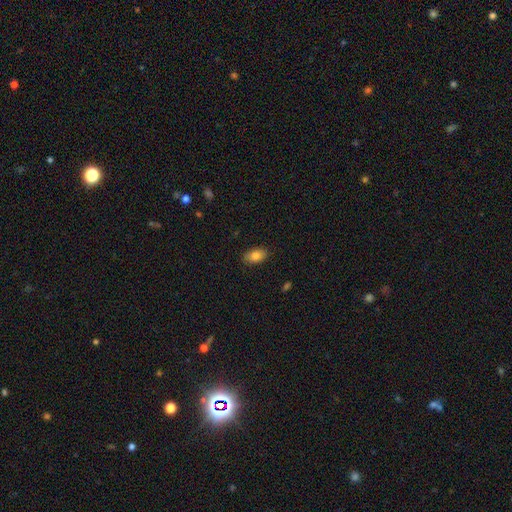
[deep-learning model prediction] Smooth or featured? smooth (82%)
How rounded? in between (91%)
Merging? none (87%)